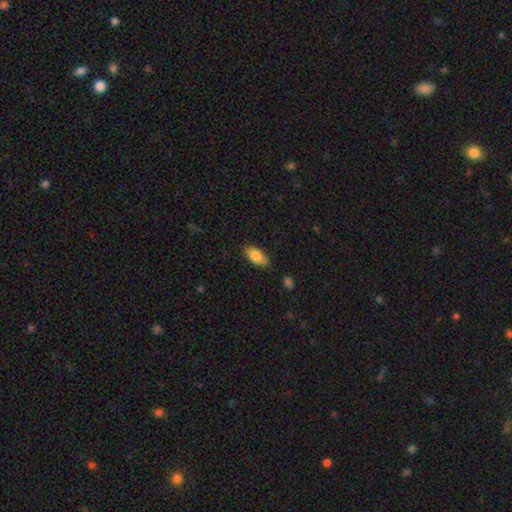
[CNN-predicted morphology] Smooth or featured? smooth (83%)
How rounded? in between (88%)
Merging? none (84%)